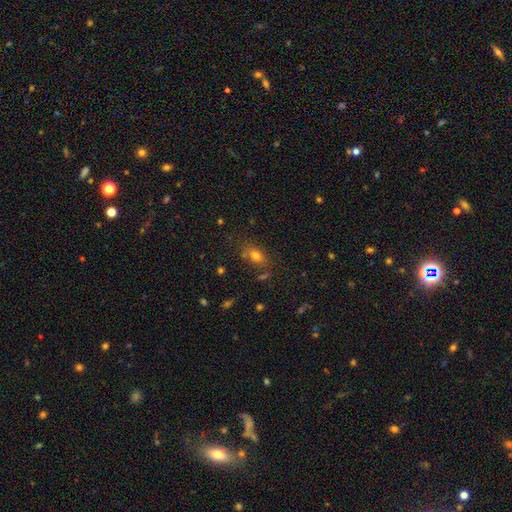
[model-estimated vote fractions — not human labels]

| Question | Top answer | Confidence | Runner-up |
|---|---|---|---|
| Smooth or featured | smooth | 76% | star or artifact (13%) |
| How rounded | in between | 77% | round (19%) |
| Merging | none | 71% | minor disturbance (16%) |